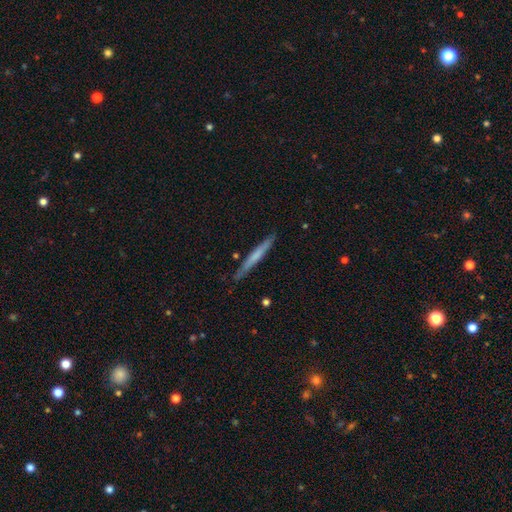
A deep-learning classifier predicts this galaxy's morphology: Overall: smooth (55%; featured or disk 40%). How rounded: cigar-shaped (97%). Merging: none (87%).